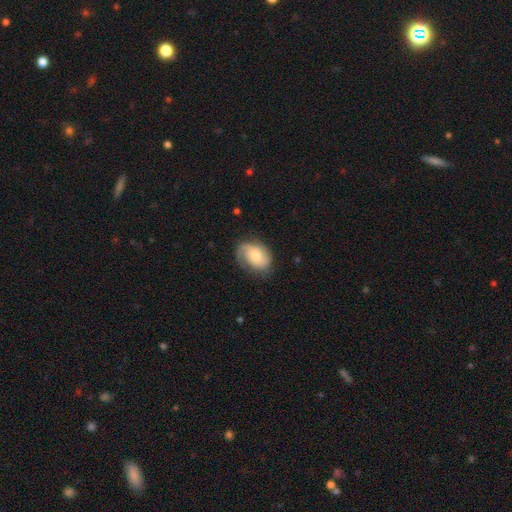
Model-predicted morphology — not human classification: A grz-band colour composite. It shows a featured or disk galaxy (56%) with no bar (70%), spiral arms (89%) and a moderate central bulge (49%). Merging: none (66%).